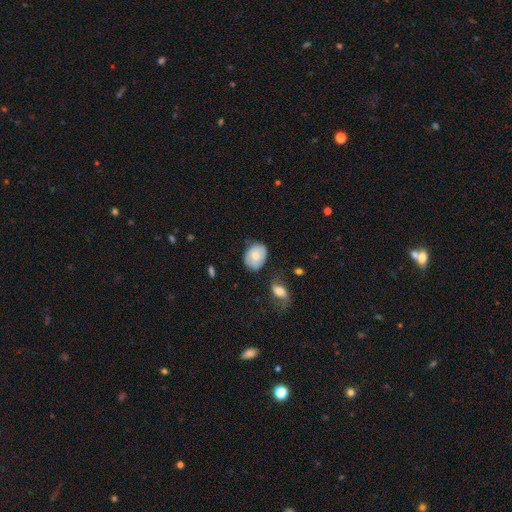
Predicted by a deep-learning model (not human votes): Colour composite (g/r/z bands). It shows a smooth galaxy with no disk features (71%) that is in between round and cigar-shaped (64%). Merging: none (62%).